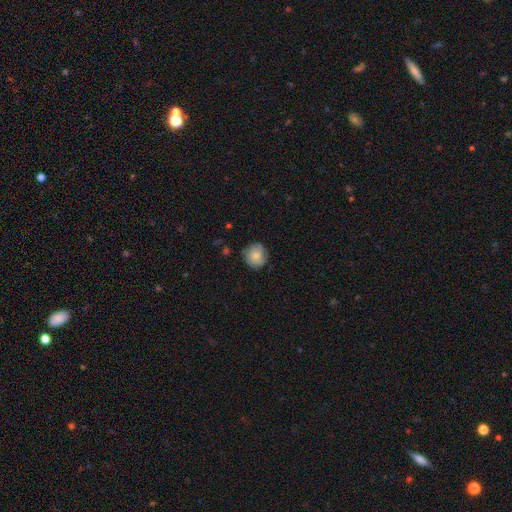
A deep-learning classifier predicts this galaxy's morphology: The model was most divided on "smooth or featured": smooth: 70%, featured or disk: 23%, star or artifact: 8%. More confident: how rounded — round (88%); merging — none (78%).